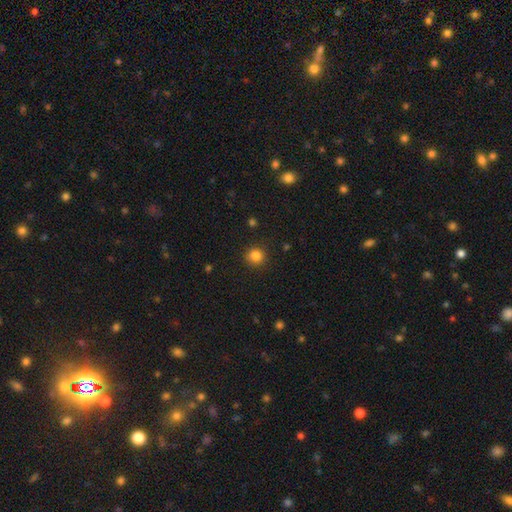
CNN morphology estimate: The model was most divided on "smooth or featured": smooth: 84%, star or artifact: 12%, featured or disk: 4%. More confident: how rounded — round (91%); merging — none (89%).